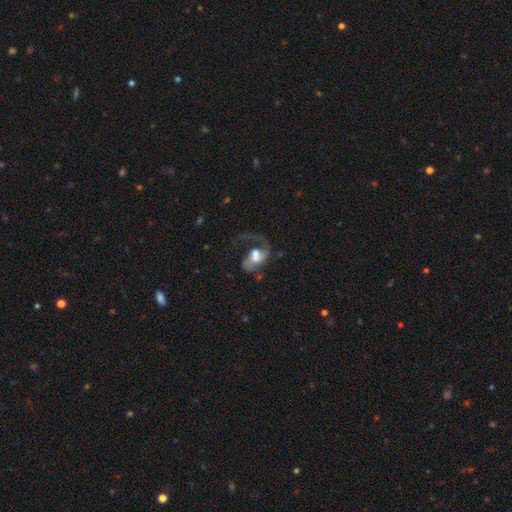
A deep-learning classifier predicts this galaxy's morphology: type=featured or disk (65%); edge-on=no (97%); bar=no (58%); spiral arms=yes (81%); winding=loose (60%); arm count=1 (69%); bulge=moderate (43%); merging=major disturbance (44%).